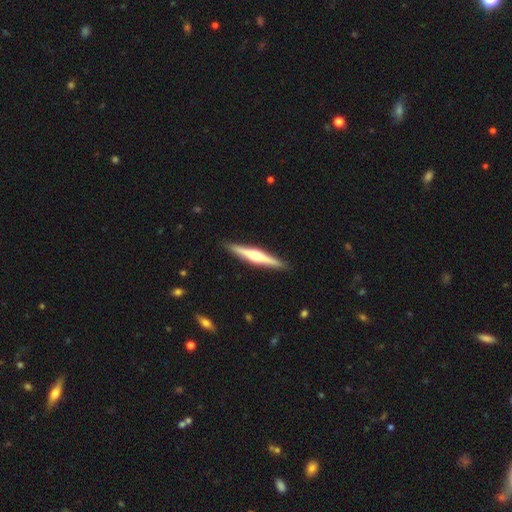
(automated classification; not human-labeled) Smooth or featured?
  - featured or disk: 69% *
  - smooth: 26%
  - star or artifact: 5%
Edge-on disk?
  - yes: 98% *
  - no: 2%
Edge-on bulge?
  - rounded: 85% *
  - boxy: 8%
  - none: 7%
Merging?
  - none: 91% *
  - minor disturbance: 6%
  - major disturbance: 1%
  - merger: 1%